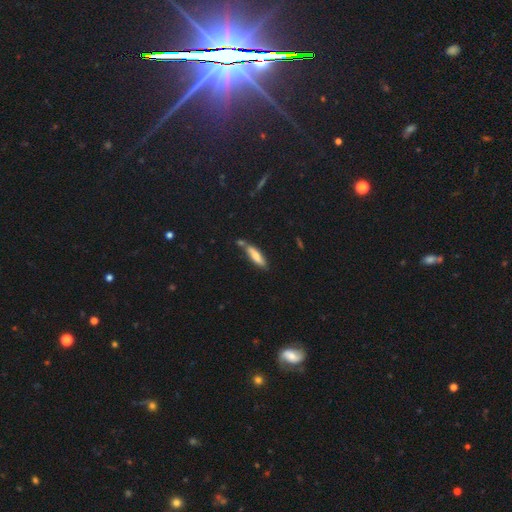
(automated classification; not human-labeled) Smooth or featured: smooth — 68% (featured or disk — 24%)
How rounded: cigar-shaped — 69% (in between — 29%)
Merging: none — 60% (minor disturbance — 21%)